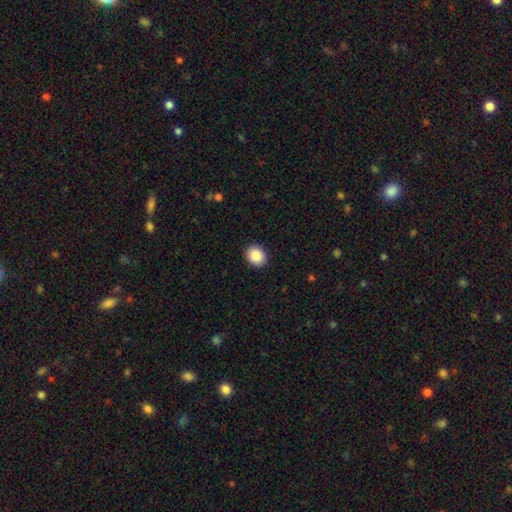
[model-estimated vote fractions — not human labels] smooth 87%, star or artifact 8%, featured or disk 5%. Down the decision tree: how rounded — round (63%); merging — none (91%).